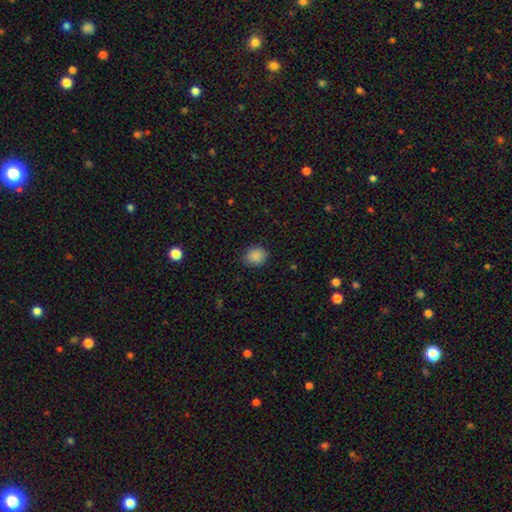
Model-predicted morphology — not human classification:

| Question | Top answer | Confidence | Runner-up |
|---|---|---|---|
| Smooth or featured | smooth | 88% | star or artifact (9%) |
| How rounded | round | 60% | in between (39%) |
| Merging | none | 84% | minor disturbance (13%) |